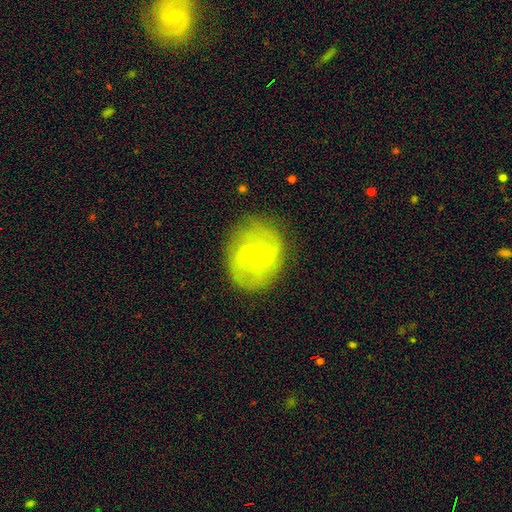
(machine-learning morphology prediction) Q: Smooth or featured?
A: featured or disk (87%); runner-up: smooth (7%)
Q: Edge-on disk?
A: no (97%); runner-up: yes (3%)
Q: Bar?
A: weak (43%); runner-up: strong (39%)
Q: Spiral arms?
A: yes (94%); runner-up: no (6%)
Q: Spiral winding?
A: loose (46%); runner-up: medium (43%)
Q: Spiral arm count?
A: 2 (87%); runner-up: can't tell (5%)
Q: Bulge size?
A: small (79%); runner-up: moderate (18%)
Q: Merging?
A: none (77%); runner-up: minor disturbance (15%)